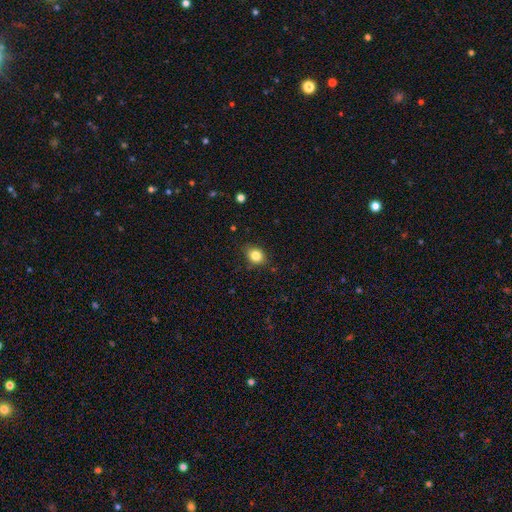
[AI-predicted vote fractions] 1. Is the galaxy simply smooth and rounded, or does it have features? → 83% smooth, 10% star or artifact, 6% featured or disk.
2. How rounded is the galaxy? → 52% round, 47% in between, 1% cigar-shaped.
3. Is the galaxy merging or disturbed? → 83% none, 13% minor disturbance, 3% major disturbance, 1% merger.